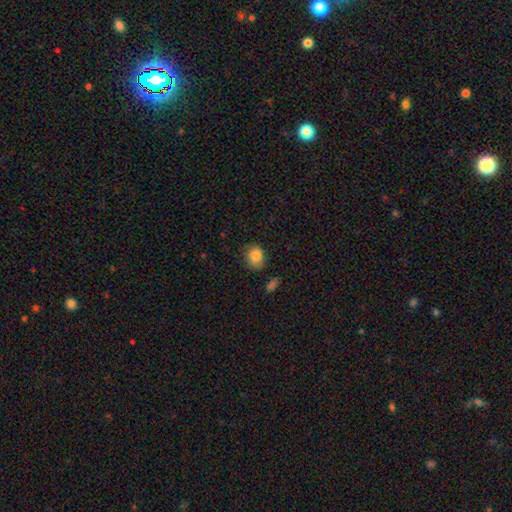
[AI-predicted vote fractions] Smooth or featured?
  - smooth: 85% *
  - star or artifact: 8%
  - featured or disk: 7%
How rounded?
  - round: 55% *
  - in between: 44%
  - cigar-shaped: 1%
Merging?
  - none: 73% *
  - minor disturbance: 20%
  - major disturbance: 4%
  - merger: 2%